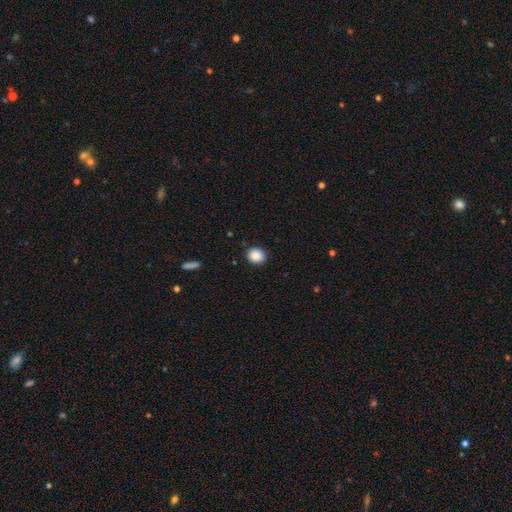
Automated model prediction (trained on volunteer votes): The model was most divided on "how rounded": round: 77%, in between: 23%, cigar-shaped: 1%. More confident: merging — none (90%); smooth or featured — smooth (88%).